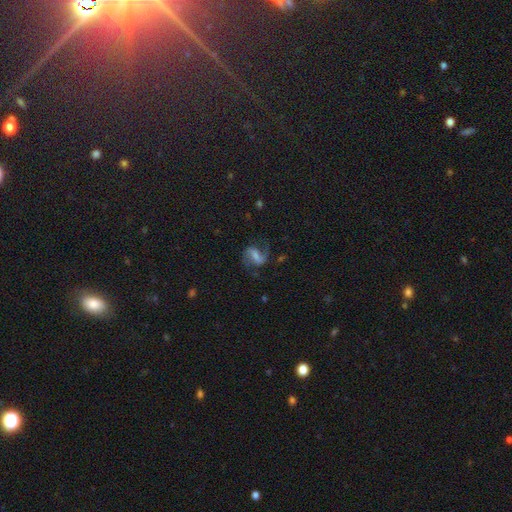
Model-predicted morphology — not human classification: smooth-or-featured: featured or disk: 77% | smooth: 12% | star or artifact: 11%
  disk-edge-on: no: 97% | yes: 3%
    bar: strong: 42% | weak: 41% | no: 16%
    has-spiral-arms: yes: 95% | no: 5%
      spiral-winding: medium: 47% | loose: 41% | tight: 11%
      spiral-arm-count: 2: 91% | 1: 3% | can't tell: 3% | 3: 1% | 4: 1% | more than 4: 1%
    bulge-size: small: 35% | moderate: 29% | none: 25% | large: 9% | dominant: 2%
  merging: none: 73% | minor disturbance: 15% | major disturbance: 10% | merger: 2%